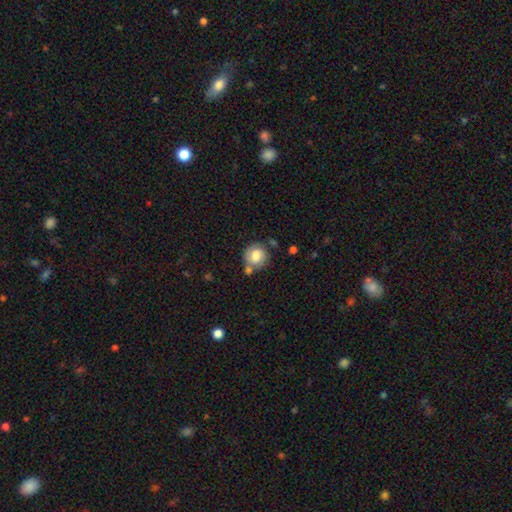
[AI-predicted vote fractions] A smooth galaxy with no disk features (72%) that is round (85%). Merging: none (60%).